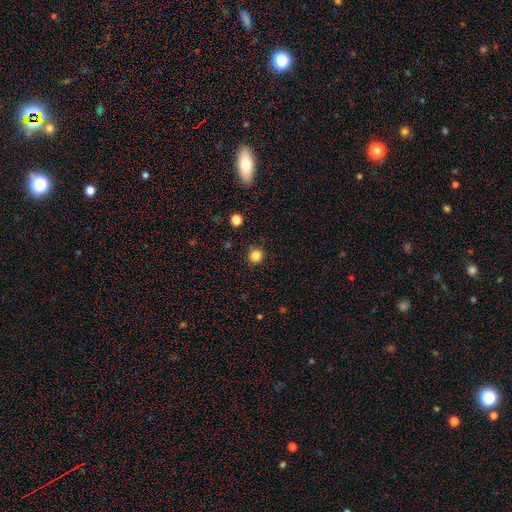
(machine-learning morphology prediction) This is clearly a smooth galaxy (83%). How rounded: clearly round (89%). Merging: clearly none (88%).